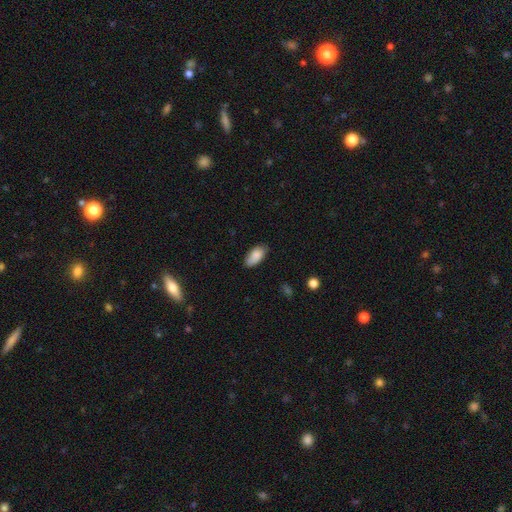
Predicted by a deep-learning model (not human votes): A smooth galaxy with no disk features (86%) that is in between round and cigar-shaped (92%). Merging: none (77%).